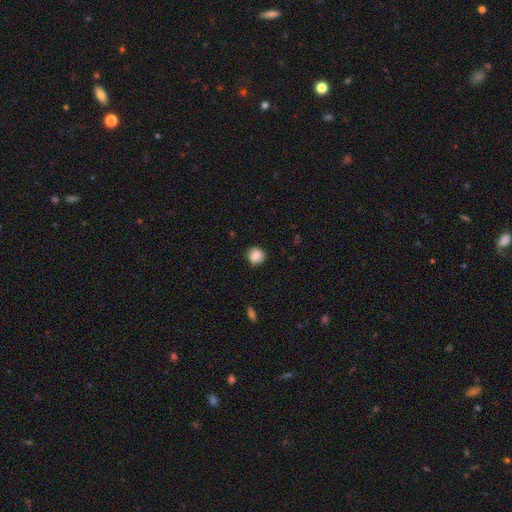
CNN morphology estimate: type=smooth (86%); roundness=round (85%); merging=none (84%).